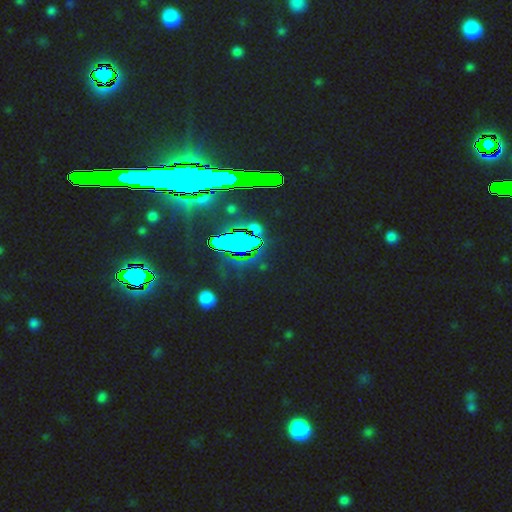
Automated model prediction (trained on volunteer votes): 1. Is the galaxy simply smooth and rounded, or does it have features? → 83% star or artifact, 9% featured or disk, 8% smooth.